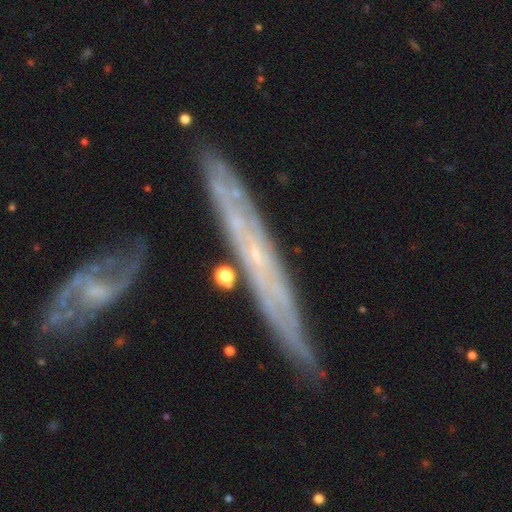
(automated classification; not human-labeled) Smooth or featured?
  - featured or disk: 72% *
  - smooth: 20%
  - star or artifact: 8%
Edge-on disk?
  - yes: 69% *
  - no: 31%
Merging?
  - none: 76% *
  - minor disturbance: 13%
  - merger: 8%
  - major disturbance: 3%